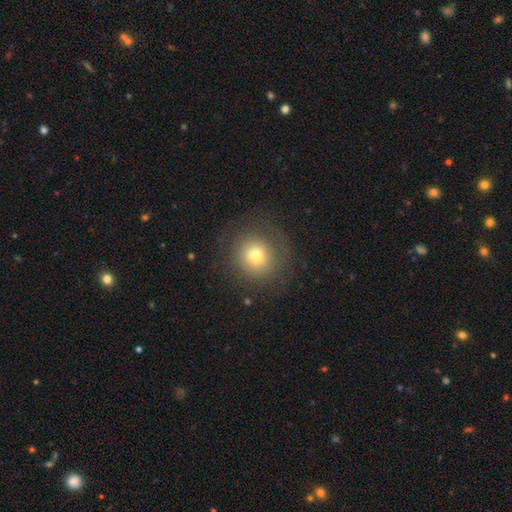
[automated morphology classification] type=smooth (72%); roundness=round (91%); merging=none (81%).